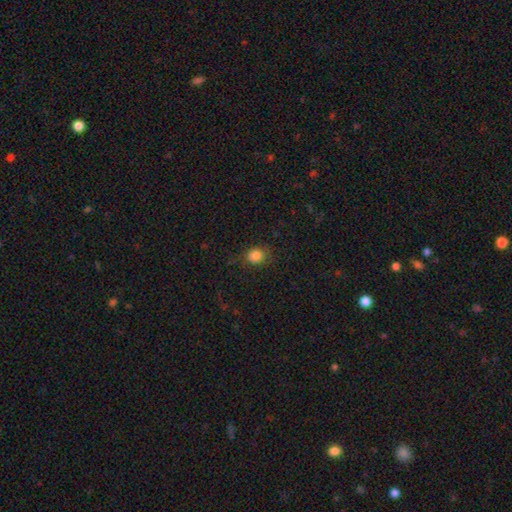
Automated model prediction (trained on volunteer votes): smooth_or_featured: smooth (p=0.84) [alt: star or artifact p=0.12]
how_rounded: round (p=0.69) [alt: in between p=0.30]
merging: none (p=0.76) [alt: minor disturbance p=0.16]